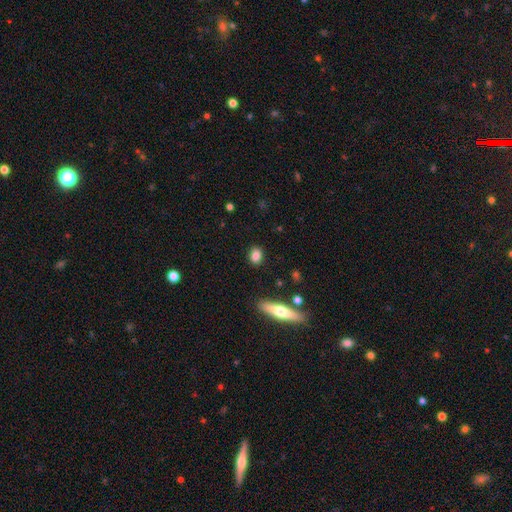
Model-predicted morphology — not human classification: Q: Smooth or featured?
A: smooth (83%); runner-up: featured or disk (9%)
Q: How rounded?
A: in between (63%); runner-up: round (31%)
Q: Merging?
A: none (87%); runner-up: minor disturbance (9%)